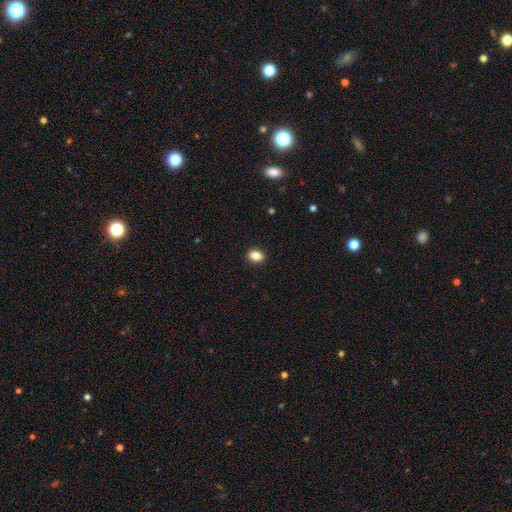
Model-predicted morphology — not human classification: Smooth or featured? Predicted: smooth (p=0.85). How rounded? Predicted: in between (p=0.62). Merging? Predicted: none (p=0.91).